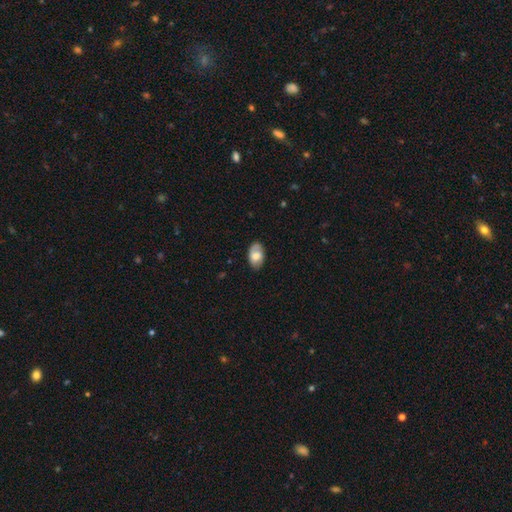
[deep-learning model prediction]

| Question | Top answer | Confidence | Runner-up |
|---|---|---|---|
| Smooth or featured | smooth | 64% | featured or disk (29%) |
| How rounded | in between | 92% | round (7%) |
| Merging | none | 75% | minor disturbance (19%) |